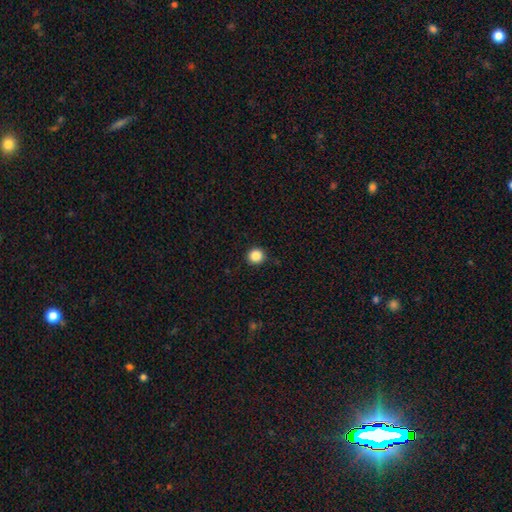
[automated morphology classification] Smooth or featured? Predicted: smooth (p=0.86). How rounded? Predicted: round (p=0.93). Merging? Predicted: none (p=0.91).